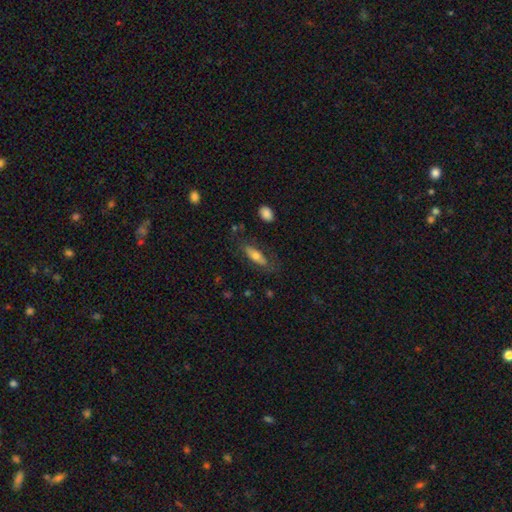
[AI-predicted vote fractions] A smooth galaxy with no disk features (63%) that is in between round and cigar-shaped (64%).

Vote fractions:
- Smooth or featured? smooth: 63% / featured or disk: 30% / star or artifact: 7%
- How rounded? in between: 64% / cigar-shaped: 33% / round: 2%
- Merging? none: 69% / minor disturbance: 20% / major disturbance: 10% / merger: 2%